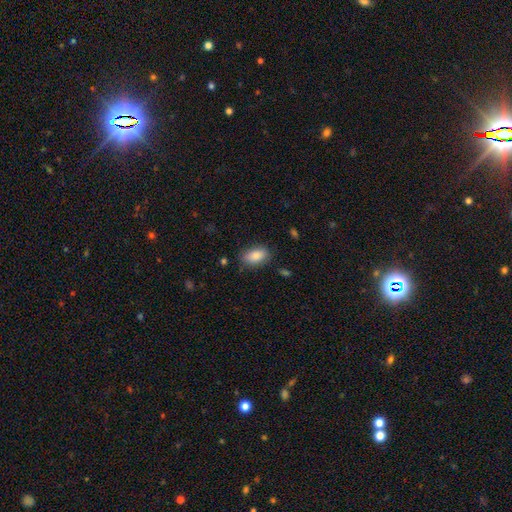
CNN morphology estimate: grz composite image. It shows a smooth galaxy with no disk features (84%) that is in between round and cigar-shaped (90%). Merging: none (82%).